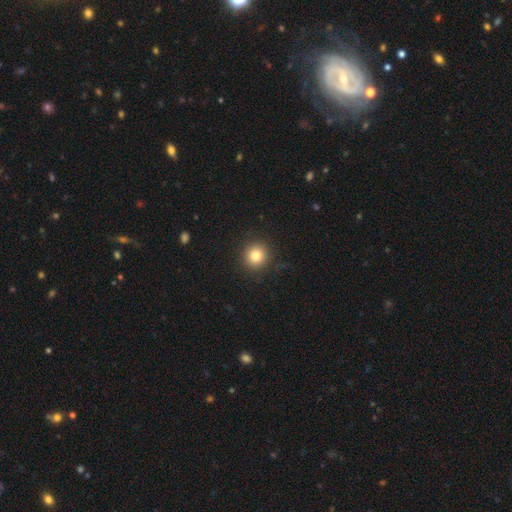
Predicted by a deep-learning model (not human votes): This appears to be a smooth galaxy with no disk features (82%) that is round (94%). Merging: none (91%).